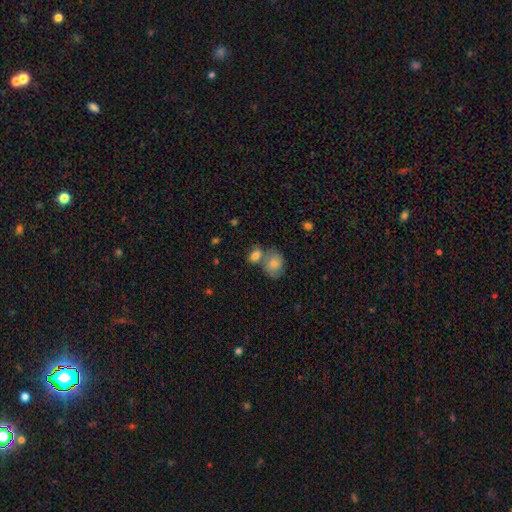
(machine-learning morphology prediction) This is clearly a smooth galaxy (81%). How rounded: likely in between (72%). Merging: marginally merger (43%).